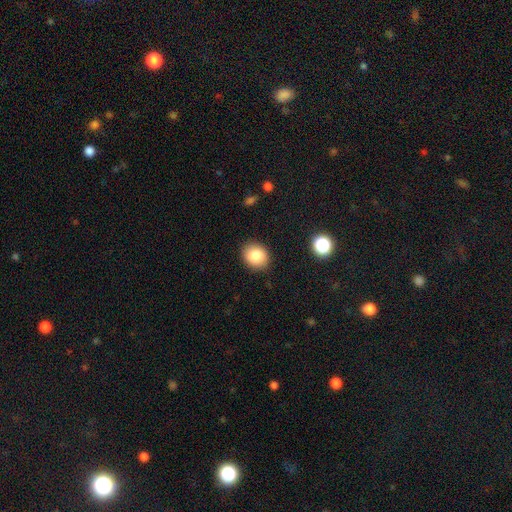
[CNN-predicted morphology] A smooth galaxy with no disk features (83%) that is round (62%). Merging: none (89%).